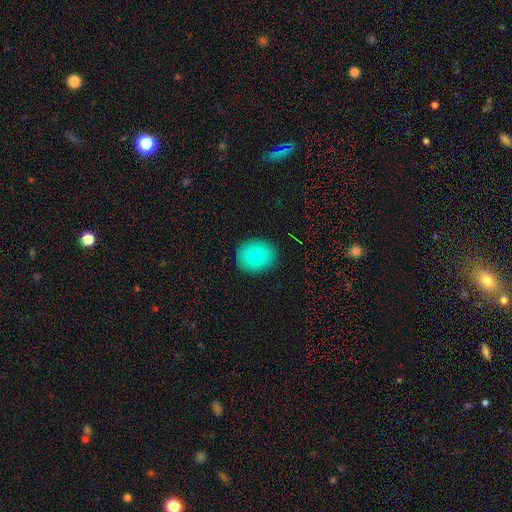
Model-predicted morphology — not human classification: Smooth or featured?
  - smooth: 85% *
  - star or artifact: 8%
  - featured or disk: 7%
How rounded?
  - round: 60% *
  - in between: 39%
  - cigar-shaped: 1%
Merging?
  - none: 89% *
  - minor disturbance: 8%
  - major disturbance: 2%
  - merger: 1%